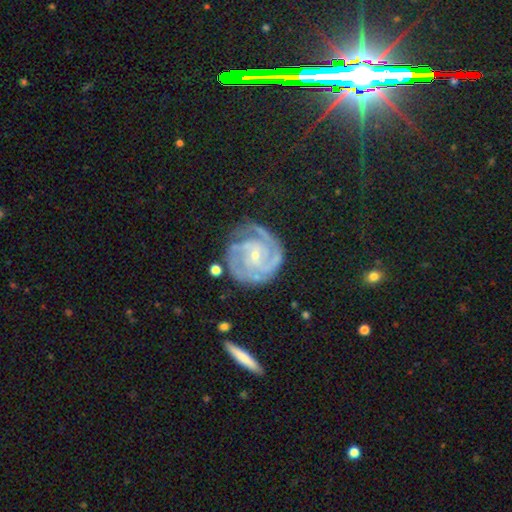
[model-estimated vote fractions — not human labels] smooth-or-featured: featured or disk: 88% | smooth: 7% | star or artifact: 5%
  disk-edge-on: no: 98% | yes: 2%
    bar: no: 62% | weak: 30% | strong: 8%
    has-spiral-arms: yes: 97% | no: 3%
      spiral-winding: tight: 69% | medium: 27% | loose: 4%
      spiral-arm-count: 3: 35% | 2: 23% | can't tell: 18% | 4: 12% | 1: 6% | more than 4: 6%
    bulge-size: small: 78% | moderate: 18% | none: 2% | large: 1% | dominant: 1%
  merging: none: 71% | minor disturbance: 19% | major disturbance: 7% | merger: 2%